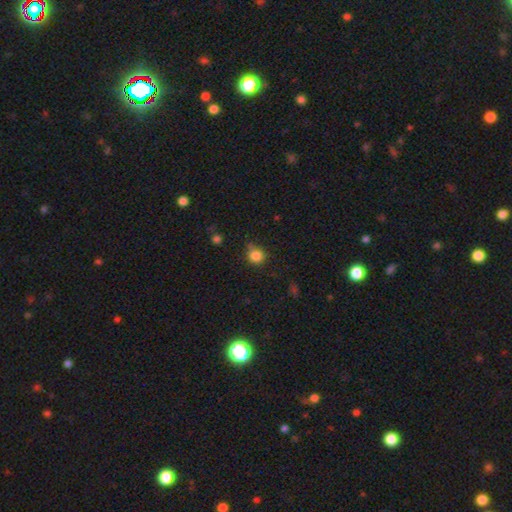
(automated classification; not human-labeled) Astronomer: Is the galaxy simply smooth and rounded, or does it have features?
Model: smooth — 84%.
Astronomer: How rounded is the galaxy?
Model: round — 87%.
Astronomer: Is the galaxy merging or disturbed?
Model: none — 68%.